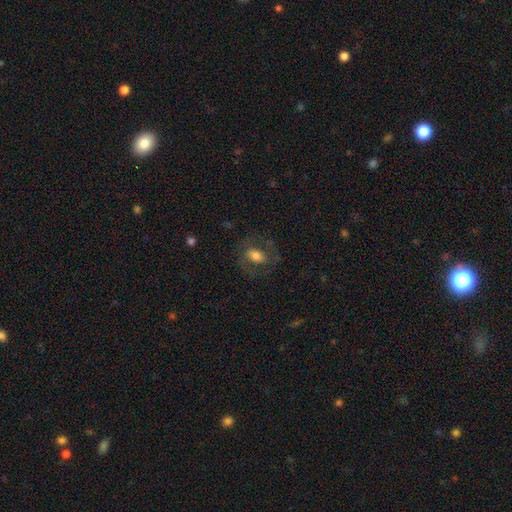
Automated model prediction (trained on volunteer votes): Morphology: type=smooth (57%); roundness=in between (69%); merging=none (70%).